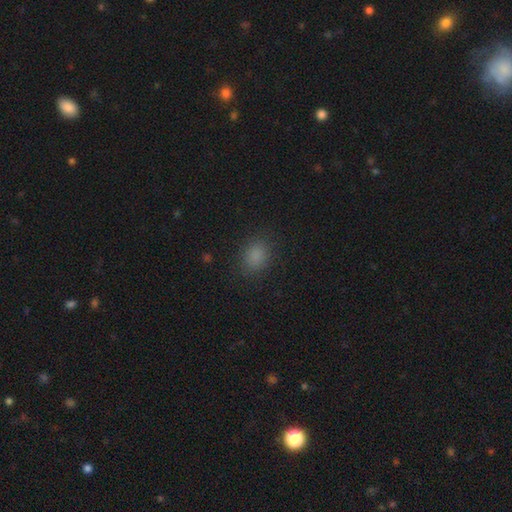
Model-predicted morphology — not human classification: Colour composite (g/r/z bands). It shows a smooth galaxy with no disk features (82%) that is in between round and cigar-shaped (52%). Merging: none (85%).